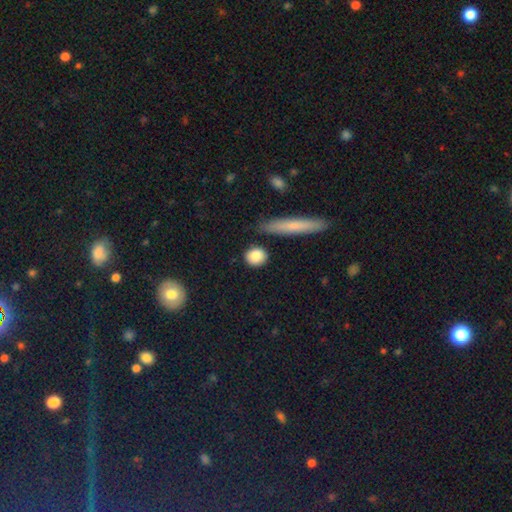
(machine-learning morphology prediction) smooth-or-featured: smooth: 86% | star or artifact: 7% | featured or disk: 7%
  how-rounded: round: 75% | in between: 20% | cigar-shaped: 5%
  merging: none: 83% | minor disturbance: 10% | merger: 3% | major disturbance: 3%